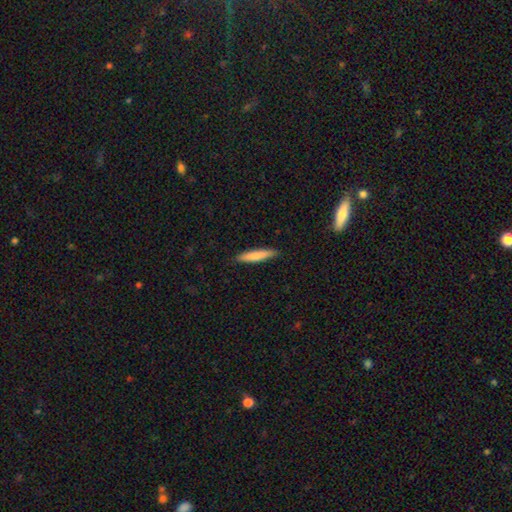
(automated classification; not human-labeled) This appears to be a smooth galaxy with no disk features (78%) that is cigar-shaped (89%). Merging: none (90%).